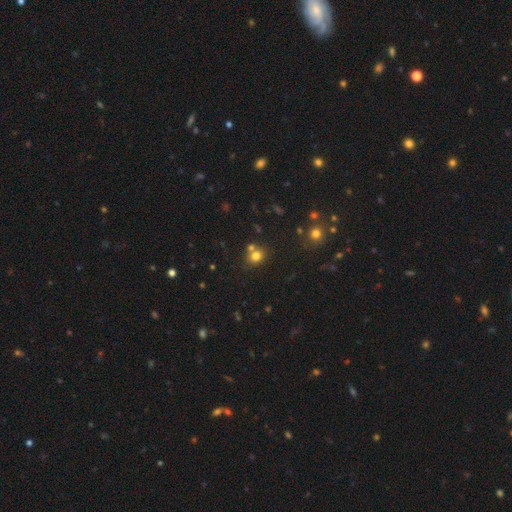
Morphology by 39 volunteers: smooth-or-featured: smooth: 87% | star or artifact: 10% | featured or disk: 3%
  how-rounded: round: 82% | in between: 18% | cigar-shaped: 0%
  merging: none: 46% | merger: 40% | minor disturbance: 11% | major disturbance: 3%